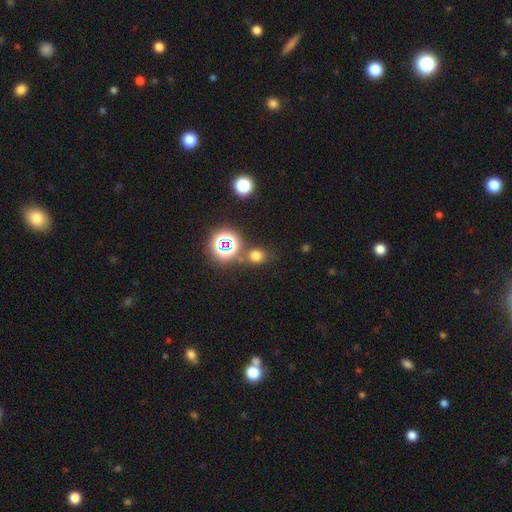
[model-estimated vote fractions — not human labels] A smooth galaxy with no disk features (65%) that is round (72%).

Vote fractions:
- Smooth or featured? smooth: 65% / star or artifact: 29% / featured or disk: 6%
- How rounded? round: 72% / in between: 27% / cigar-shaped: 1%
- Merging? none: 74% / merger: 11% / minor disturbance: 11% / major disturbance: 4%